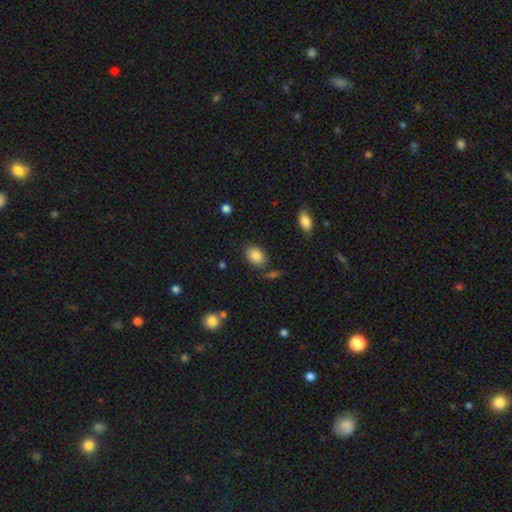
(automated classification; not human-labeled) A smooth galaxy with no disk features (83%) that is in between round and cigar-shaped (76%).

Vote fractions:
- Smooth or featured? smooth: 83% / star or artifact: 8% / featured or disk: 8%
- How rounded? in between: 76% / round: 23% / cigar-shaped: 1%
- Merging? none: 77% / minor disturbance: 14% / merger: 5% / major disturbance: 4%